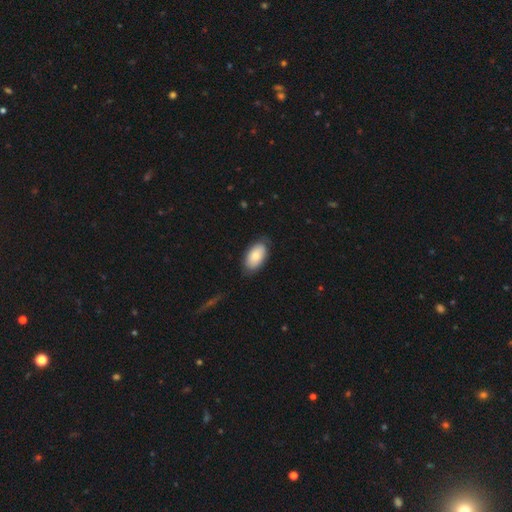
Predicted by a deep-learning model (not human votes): Q: Smooth or featured?
A: smooth (79%); runner-up: featured or disk (15%)
Q: How rounded?
A: in between (95%); runner-up: round (3%)
Q: Merging?
A: none (79%); runner-up: minor disturbance (17%)